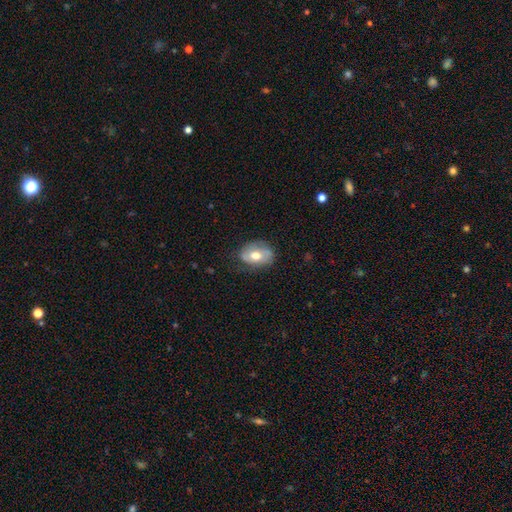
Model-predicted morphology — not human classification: Smooth or featured? smooth (55%)
How rounded? in between (75%)
Merging? none (65%)